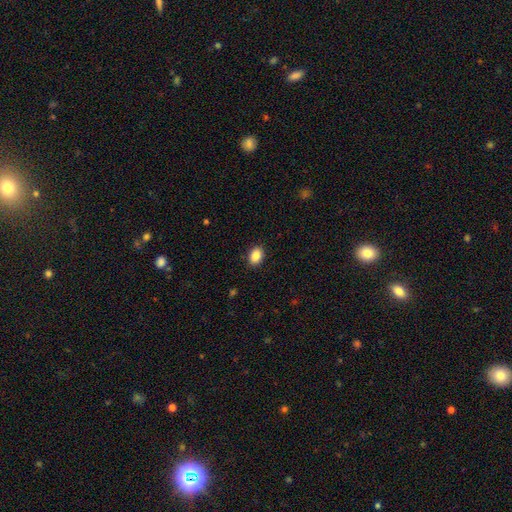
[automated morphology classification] Smooth or featured? smooth (88%)
How rounded? in between (77%)
Merging? none (89%)